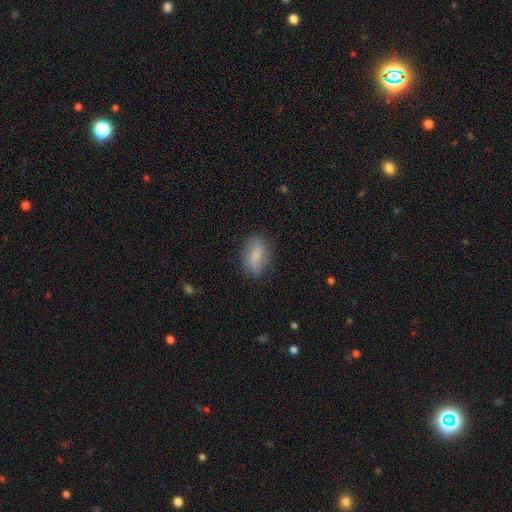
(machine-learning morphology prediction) type=smooth (70%); roundness=in between (83%); merging=none (77%).